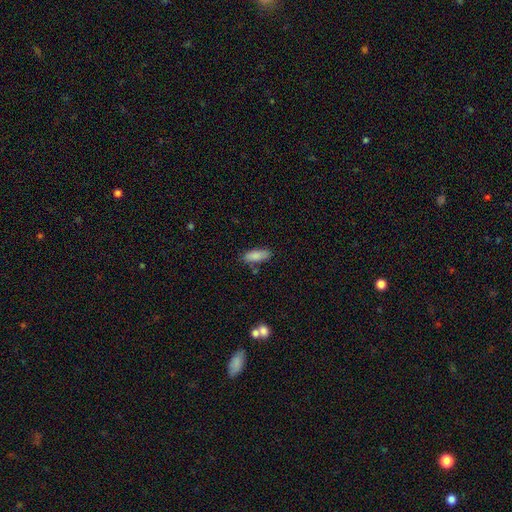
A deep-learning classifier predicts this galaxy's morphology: smooth 85%, featured or disk 8%, star or artifact 7%. Down the decision tree: how rounded — in between (76%); merging — none (74%).